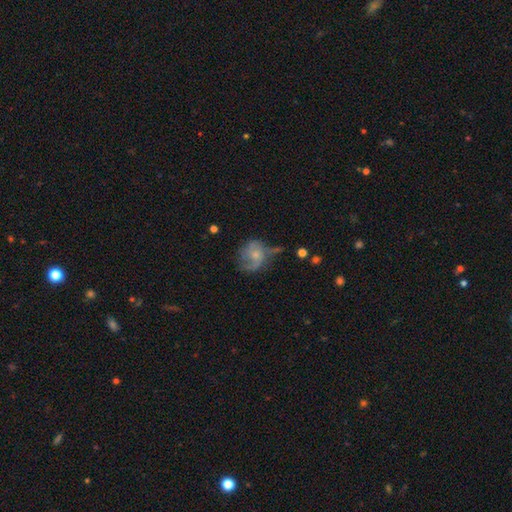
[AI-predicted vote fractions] A featured or disk galaxy (51%) with no bar (79%), spiral arms (65%) and a small central bulge (53%). Merging: none (37%).